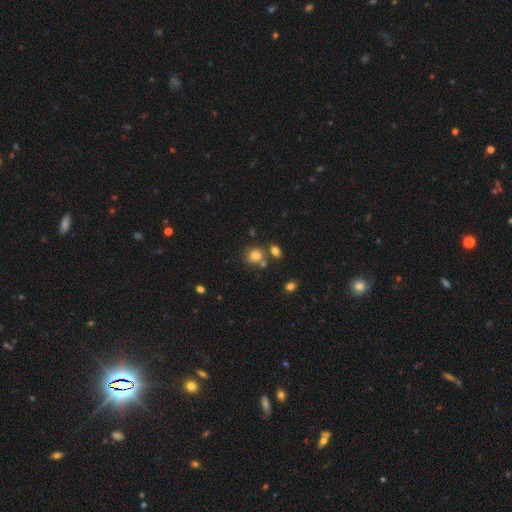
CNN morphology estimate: This is likely a smooth galaxy (78%). How rounded: likely round (77%). Merging: likely none (61%).